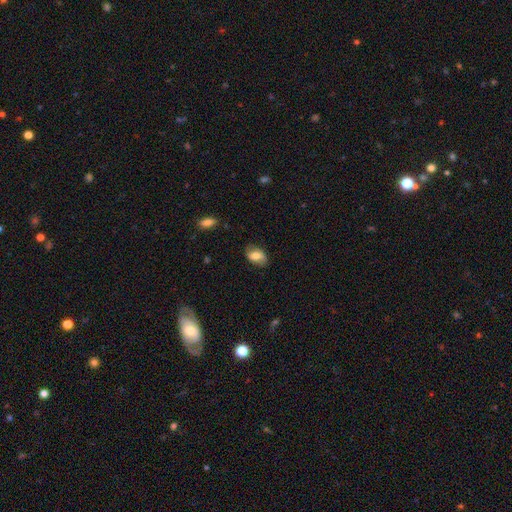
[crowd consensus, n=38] Smooth or featured: smooth — 79% (featured or disk — 18%)
How rounded: in between — 80% (round — 13%)
Merging: none — 62% (minor disturbance — 30%)